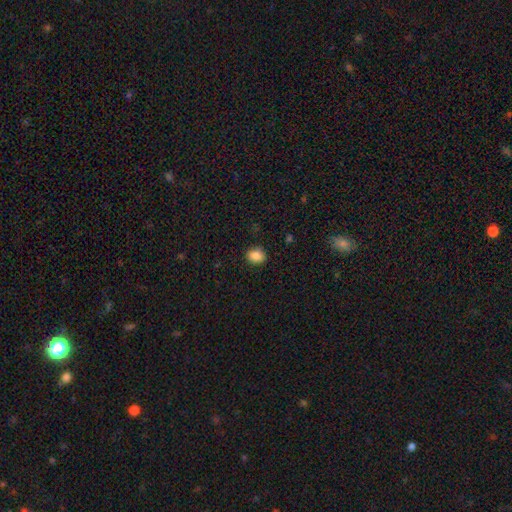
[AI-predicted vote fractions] Smooth or featured?
  - smooth: 87% *
  - star or artifact: 9%
  - featured or disk: 4%
How rounded?
  - in between: 58% *
  - round: 41%
  - cigar-shaped: 1%
Merging?
  - none: 88% *
  - minor disturbance: 9%
  - major disturbance: 2%
  - merger: 1%